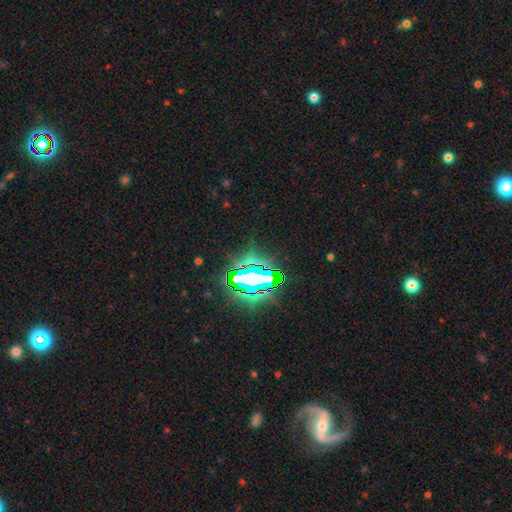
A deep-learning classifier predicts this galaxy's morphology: Smooth or featured? star or artifact (60%)